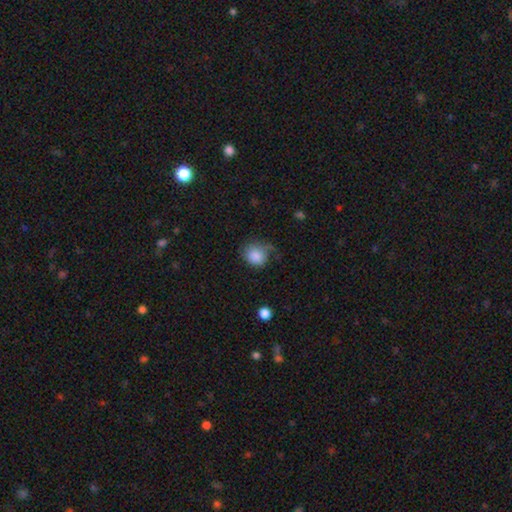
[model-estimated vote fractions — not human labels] smooth-or-featured: smooth: 83% | featured or disk: 10% | star or artifact: 8%
  how-rounded: round: 73% | in between: 26% | cigar-shaped: 1%
  merging: none: 46% | minor disturbance: 30% | major disturbance: 21% | merger: 3%